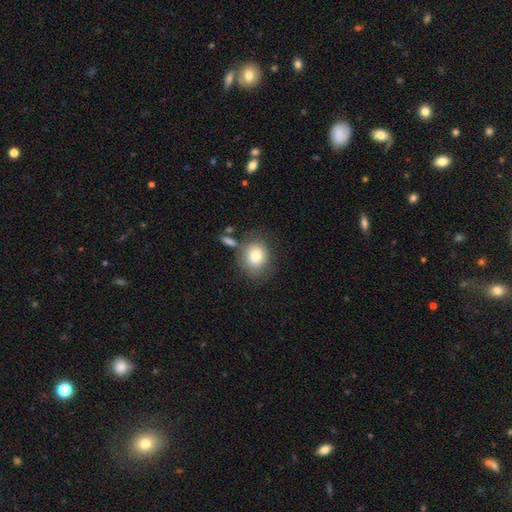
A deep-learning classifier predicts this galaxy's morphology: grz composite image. It shows a smooth galaxy with no disk features (79%) that is round (65%). Merging: none (69%).